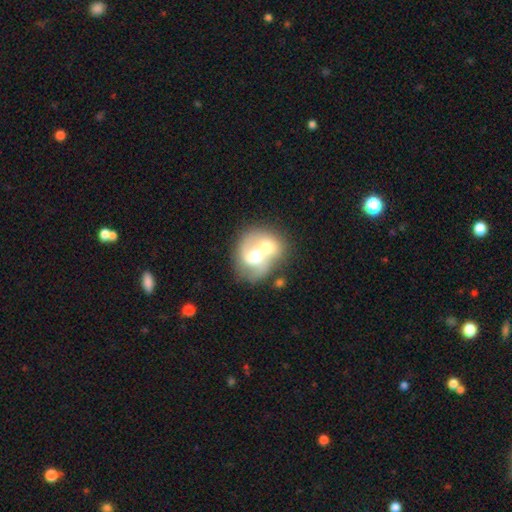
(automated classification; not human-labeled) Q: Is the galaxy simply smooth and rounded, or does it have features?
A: featured or disk — 55%.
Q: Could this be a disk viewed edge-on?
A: no — 97%.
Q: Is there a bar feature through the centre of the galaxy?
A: no — 69%.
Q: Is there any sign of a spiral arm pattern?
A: yes — 55%.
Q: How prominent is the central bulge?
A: moderate — 65%.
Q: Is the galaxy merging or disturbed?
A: merger — 72%.